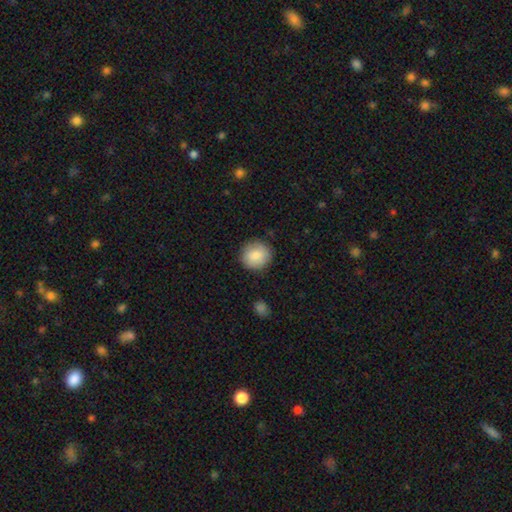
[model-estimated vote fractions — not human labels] Smooth or featured? smooth (85%)
How rounded? round (91%)
Merging? none (88%)